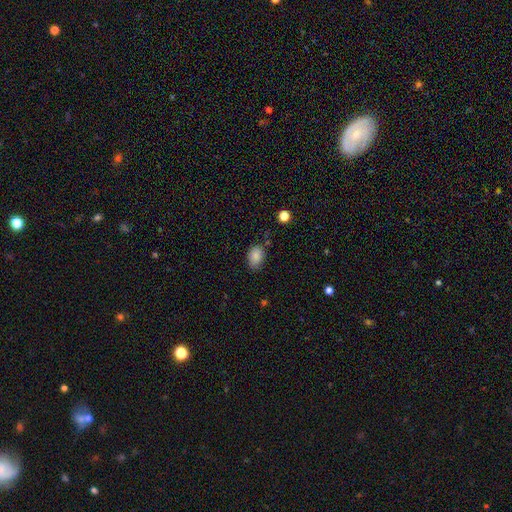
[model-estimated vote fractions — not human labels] Smooth or featured? smooth (86%)
How rounded? in between (78%)
Merging? none (71%)